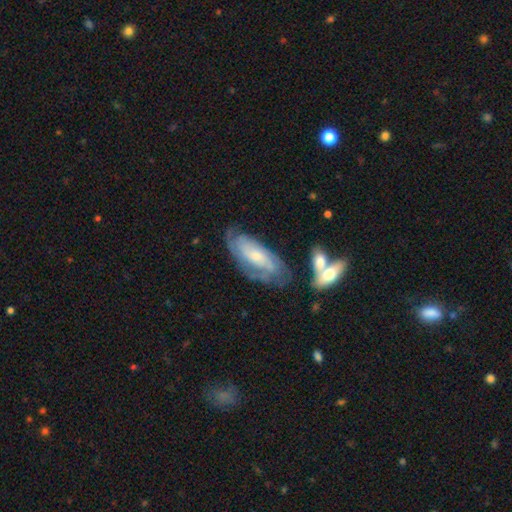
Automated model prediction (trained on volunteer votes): Morphology: type=featured or disk (72%); edge-on=no (89%); bar=no (63%); spiral arms=yes (90%); winding=tight (60%); arm count=can't tell (46%); bulge=small (54%); merging=none (62%).